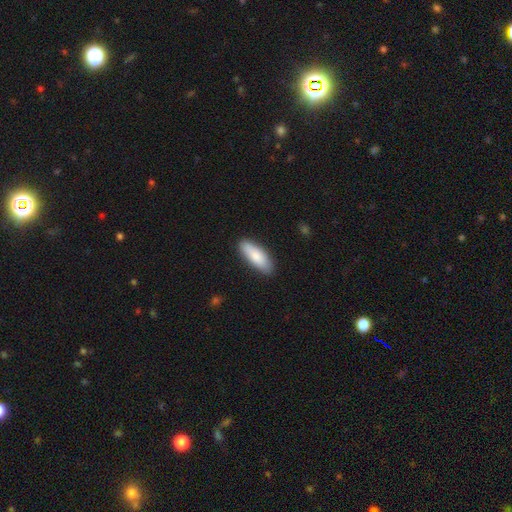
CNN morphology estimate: This appears to be a smooth galaxy with no disk features (84%) that is in between round and cigar-shaped (63%). Merging: none (86%).